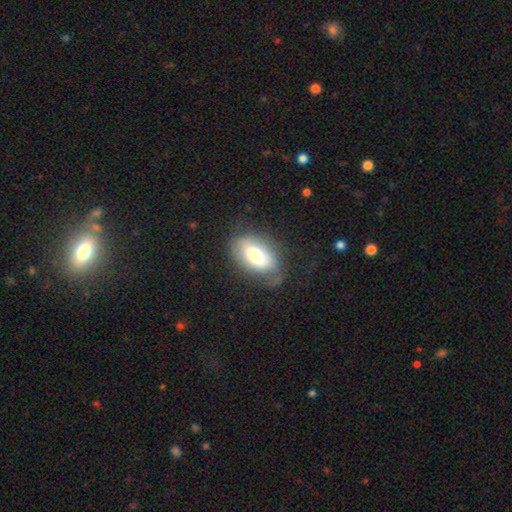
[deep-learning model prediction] Q: Smooth or featured?
A: smooth (66%); runner-up: featured or disk (27%)
Q: How rounded?
A: in between (90%); runner-up: round (7%)
Q: Merging?
A: none (50%); runner-up: minor disturbance (28%)